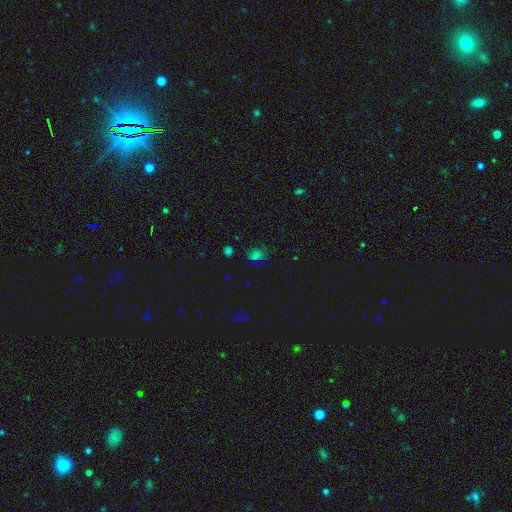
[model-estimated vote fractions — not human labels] Overall: smooth (50%; star or artifact 40%). Merging: none (65%).